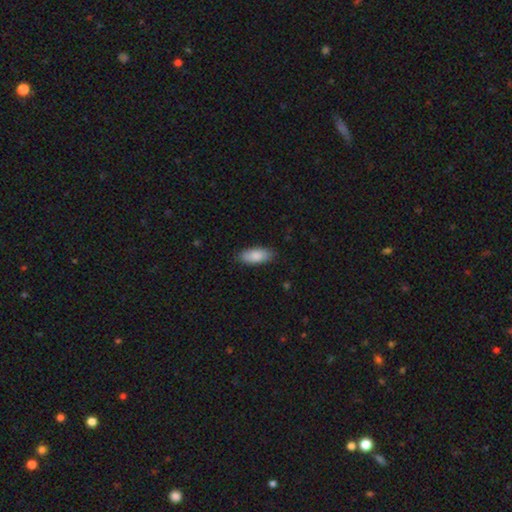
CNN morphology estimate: Smooth or featured? smooth (87%)
How rounded? in between (86%)
Merging? none (85%)